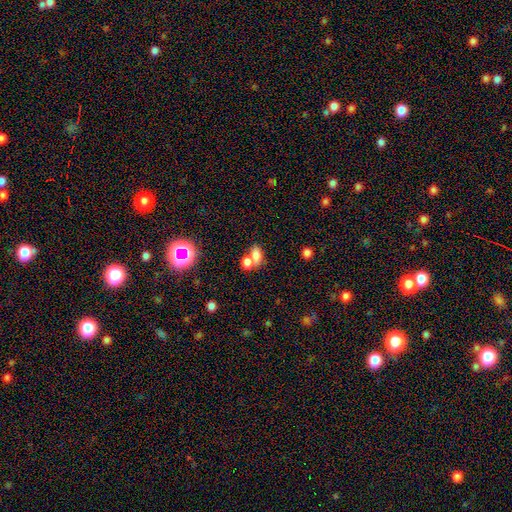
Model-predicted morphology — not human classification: smooth 74%, star or artifact 14%, featured or disk 13%. Down the decision tree: how rounded — in between (79%); merging — merger (59%).